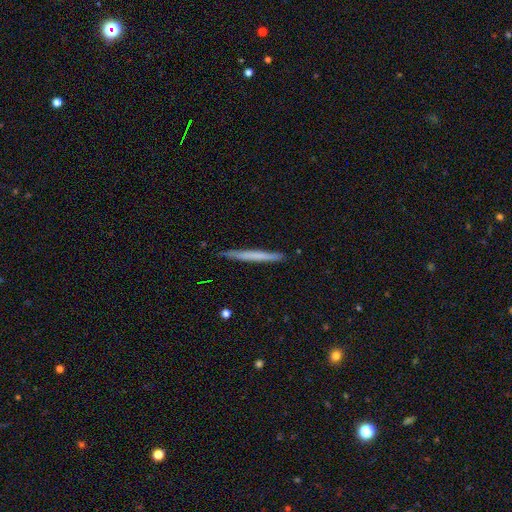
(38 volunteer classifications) Q: Smooth or featured?
A: smooth (61%); runner-up: featured or disk (29%)
Q: How rounded?
A: cigar-shaped (96%); runner-up: in between (4%)
Q: Merging?
A: none (88%); runner-up: minor disturbance (6%)